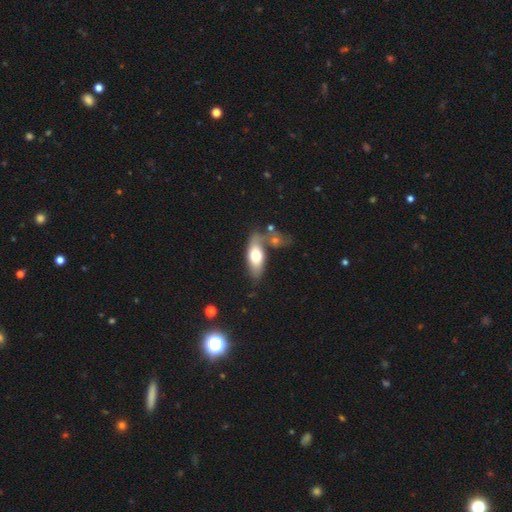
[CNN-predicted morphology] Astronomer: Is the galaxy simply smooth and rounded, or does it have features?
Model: smooth — 63%.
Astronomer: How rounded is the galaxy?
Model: in between — 77%.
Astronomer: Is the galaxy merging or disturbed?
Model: none — 53%.